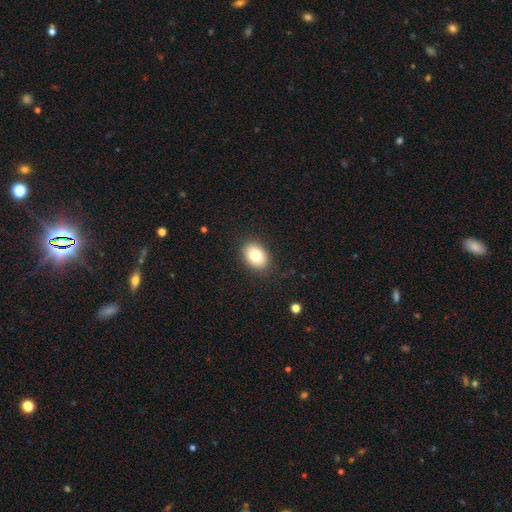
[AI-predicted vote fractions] This appears to be a smooth galaxy with no disk features (80%) that is in between round and cigar-shaped (74%). Merging: none (88%).